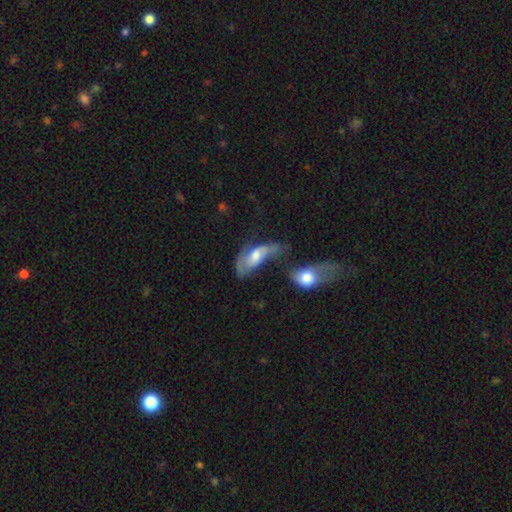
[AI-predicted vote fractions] smooth_or_featured: featured or disk (p=0.50) [alt: smooth p=0.42]
merging: merger (p=0.37) [alt: major disturbance p=0.29]